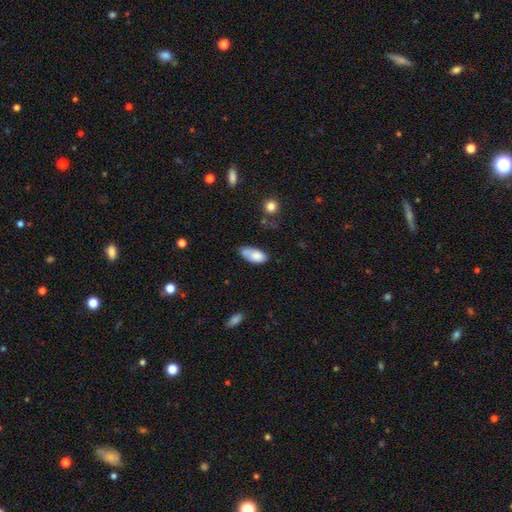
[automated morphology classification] smooth_or_featured: smooth (p=0.79) [alt: featured or disk p=0.13]
how_rounded: in between (p=0.90) [alt: cigar-shaped p=0.07]
merging: none (p=0.43) [alt: minor disturbance p=0.30]